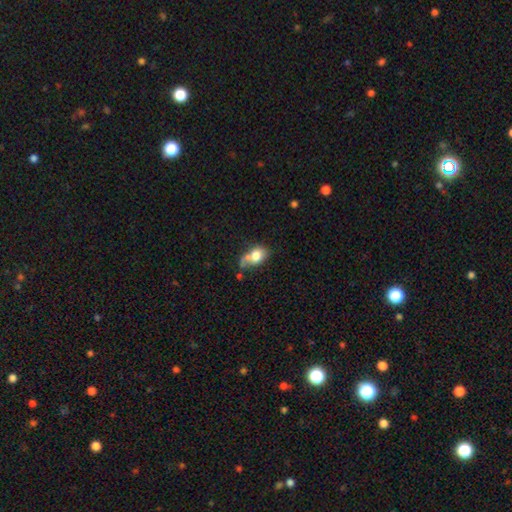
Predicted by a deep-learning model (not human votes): Smooth or featured: smooth — 75% (featured or disk — 16%)
How rounded: in between — 66% (round — 33%)
Merging: none — 32% (merger — 27%)